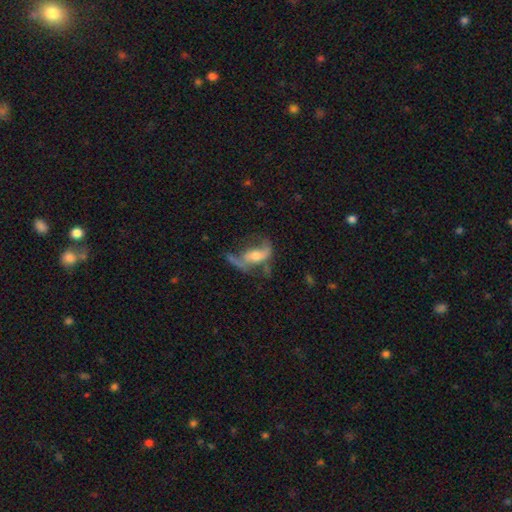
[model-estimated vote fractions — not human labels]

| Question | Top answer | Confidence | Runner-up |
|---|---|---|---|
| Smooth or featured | featured or disk | 68% | smooth (24%) |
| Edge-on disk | no | 90% | yes (10%) |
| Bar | no | 48% | weak (31%) |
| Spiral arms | yes | 72% | no (28%) |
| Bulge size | moderate | 58% | small (31%) |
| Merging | major disturbance | 40% | none (30%) |